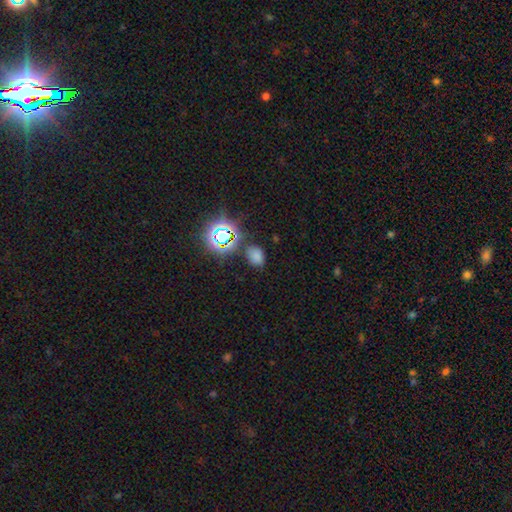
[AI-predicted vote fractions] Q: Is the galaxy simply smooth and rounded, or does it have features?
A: smooth — 64%.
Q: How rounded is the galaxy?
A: in between — 72%.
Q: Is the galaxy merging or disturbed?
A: none — 74%.